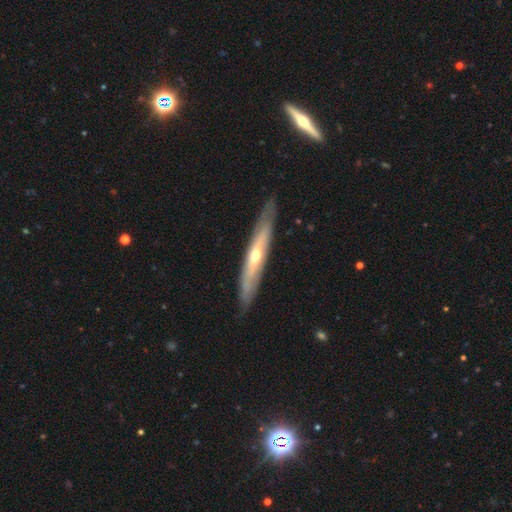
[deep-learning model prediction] Smooth or featured?
  - featured or disk: 68% *
  - smooth: 27%
  - star or artifact: 5%
Edge-on disk?
  - yes: 74% *
  - no: 26%
Edge-on bulge?
  - rounded: 75% *
  - none: 22%
  - boxy: 3%
Merging?
  - none: 84% *
  - minor disturbance: 12%
  - major disturbance: 3%
  - merger: 1%